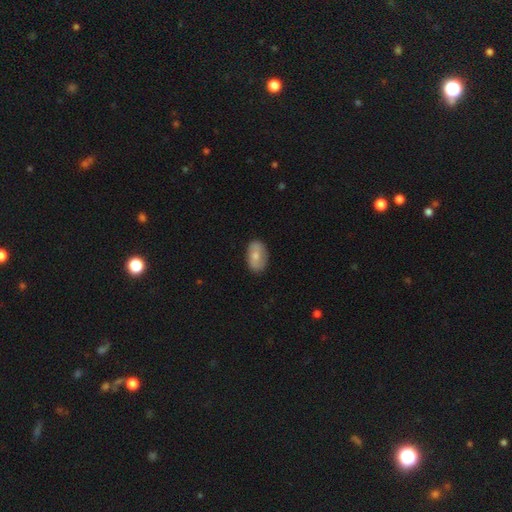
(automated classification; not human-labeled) A smooth galaxy with no disk features (61%) that is in between round and cigar-shaped (89%).

Vote fractions:
- Smooth or featured? smooth: 61% / featured or disk: 32% / star or artifact: 6%
- How rounded? in between: 89% / round: 9% / cigar-shaped: 2%
- Merging? none: 82% / minor disturbance: 14% / major disturbance: 3% / merger: 1%